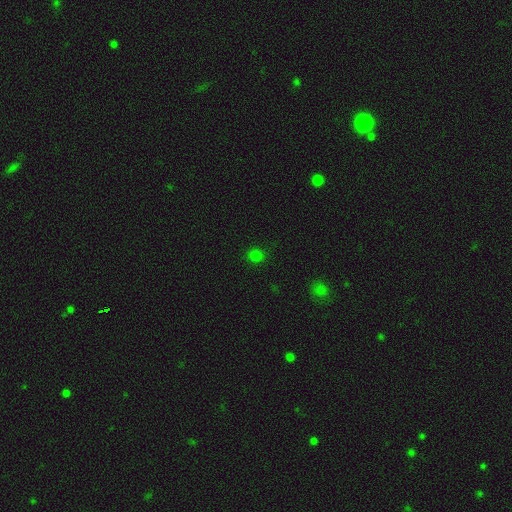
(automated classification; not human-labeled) smooth 78%, star or artifact 19%, featured or disk 3%. Down the decision tree: how rounded — round (85%); merging — none (90%).